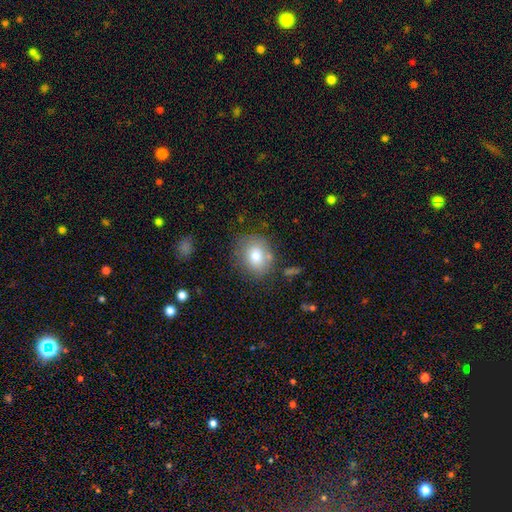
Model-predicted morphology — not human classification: Smooth or featured?
  - smooth: 75% *
  - featured or disk: 14%
  - star or artifact: 11%
How rounded?
  - round: 71% *
  - in between: 28%
  - cigar-shaped: 1%
Merging?
  - none: 76% *
  - minor disturbance: 15%
  - major disturbance: 5%
  - merger: 5%